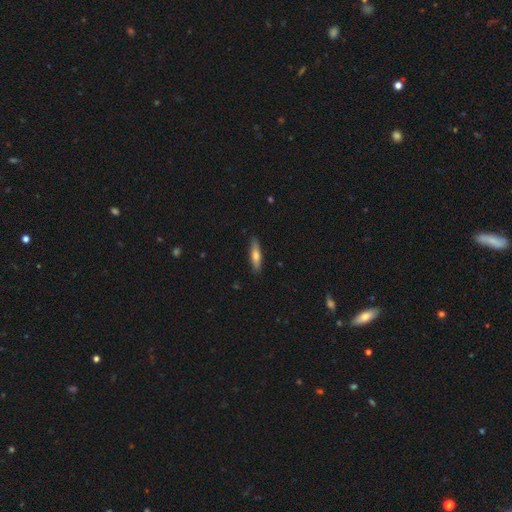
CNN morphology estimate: type=smooth (64%); roundness=cigar-shaped (73%); merging=none (87%).